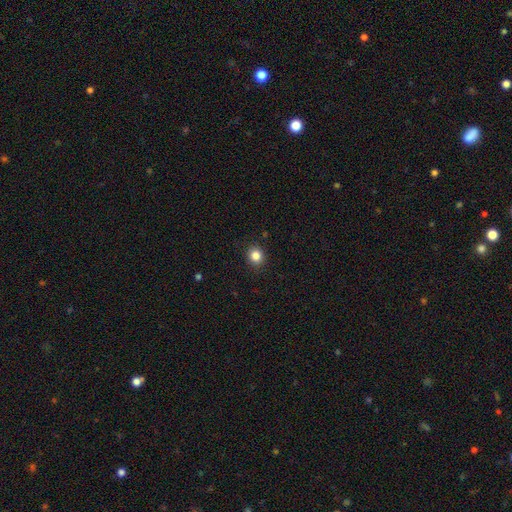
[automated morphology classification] smooth-or-featured: smooth: 84% | star or artifact: 11% | featured or disk: 5%
  how-rounded: round: 80% | in between: 19% | cigar-shaped: 1%
  merging: none: 90% | minor disturbance: 7% | major disturbance: 2% | merger: 1%